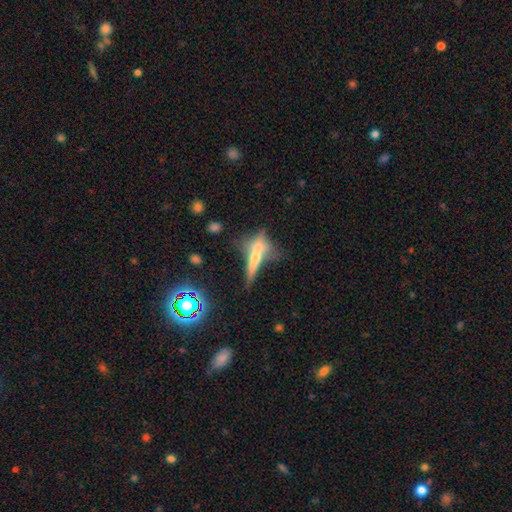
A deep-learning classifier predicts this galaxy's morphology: smooth-or-featured: featured or disk: 45% | smooth: 44% | star or artifact: 11%
  merging: none: 36% | merger: 29% | minor disturbance: 18% | major disturbance: 17%